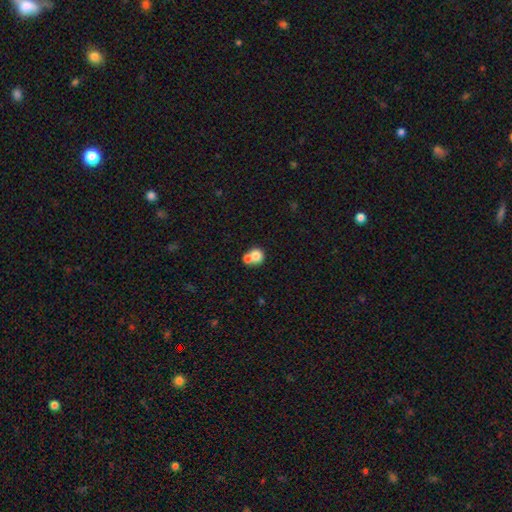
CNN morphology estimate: Smooth or featured? smooth (76%)
How rounded? round (81%)
Merging? merger (56%)